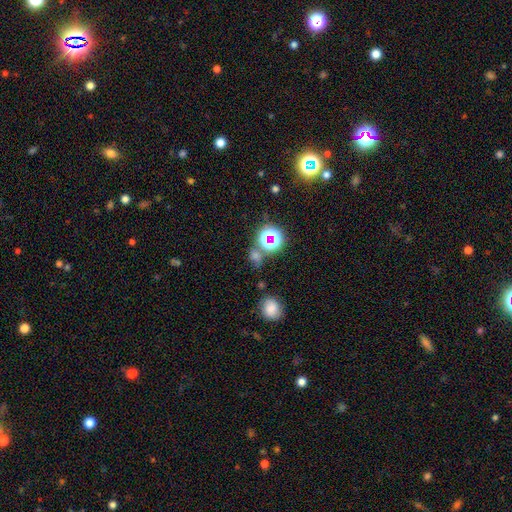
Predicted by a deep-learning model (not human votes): Overall: star or artifact (51%; smooth 39%).